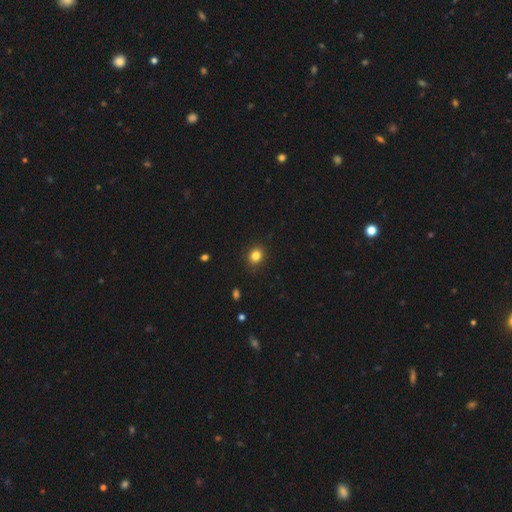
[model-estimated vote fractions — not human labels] Smooth or featured? Predicted: smooth (p=0.83). How rounded? Predicted: round (p=0.69). Merging? Predicted: none (p=0.90).